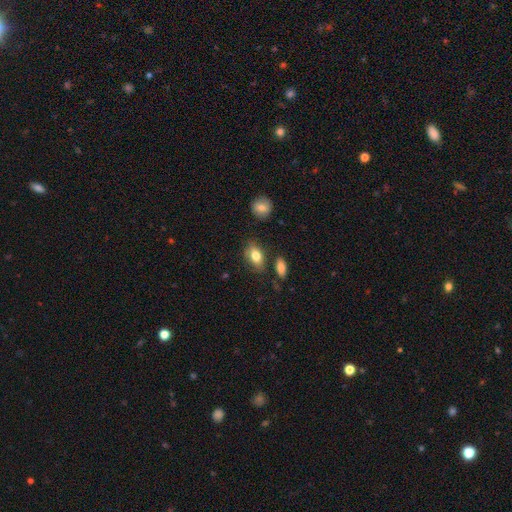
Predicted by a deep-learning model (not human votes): Overall: smooth (79%). How rounded: in between (88%). Merging: none (77%).